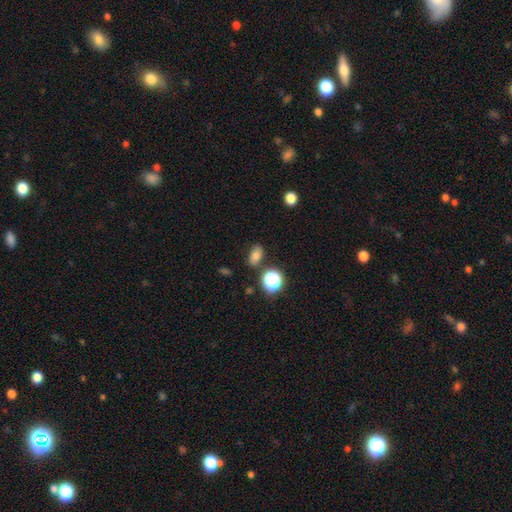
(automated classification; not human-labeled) Smooth or featured? smooth (73%)
How rounded? in between (79%)
Merging? none (80%)